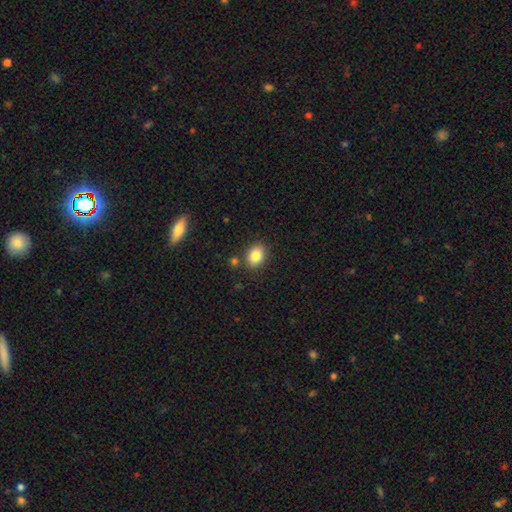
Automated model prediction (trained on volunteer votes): smooth_or_featured: smooth (p=0.84) [alt: star or artifact p=0.10]
how_rounded: in between (p=0.62) [alt: round p=0.37]
merging: none (p=0.82) [alt: minor disturbance p=0.10]